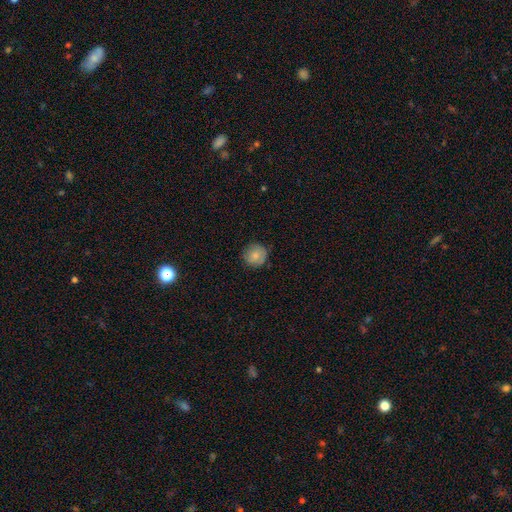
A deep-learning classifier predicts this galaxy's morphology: smooth 80%, featured or disk 12%, star or artifact 8%. Down the decision tree: how rounded — round (93%); merging — none (84%).